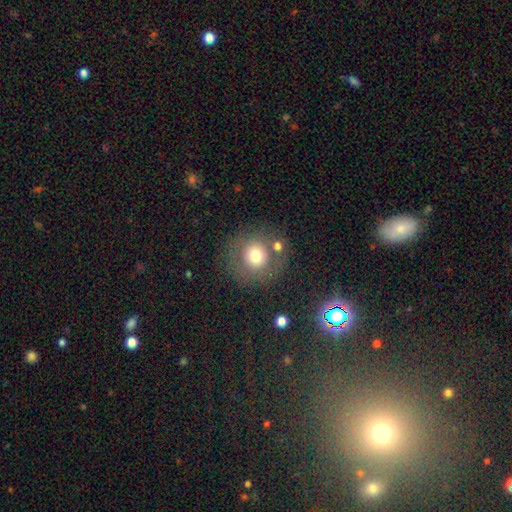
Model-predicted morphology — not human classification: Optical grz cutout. It shows a smooth galaxy with no disk features (70%) that is round (92%). Merging: none (74%).